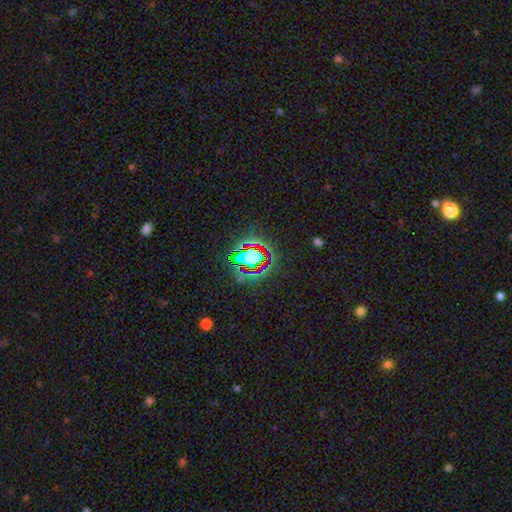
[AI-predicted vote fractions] This is possibly a star or artifact rather than a galaxy (58%).